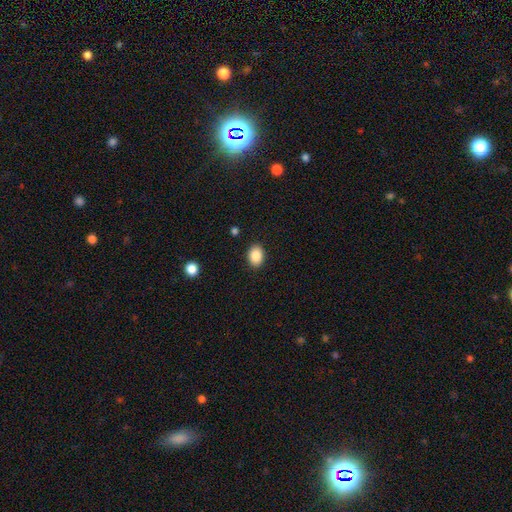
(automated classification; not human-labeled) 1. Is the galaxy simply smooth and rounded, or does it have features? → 88% smooth, 8% star or artifact, 4% featured or disk.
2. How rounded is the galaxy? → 73% in between, 26% round, 1% cigar-shaped.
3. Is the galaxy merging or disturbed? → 89% none, 8% minor disturbance, 2% major disturbance, 1% merger.